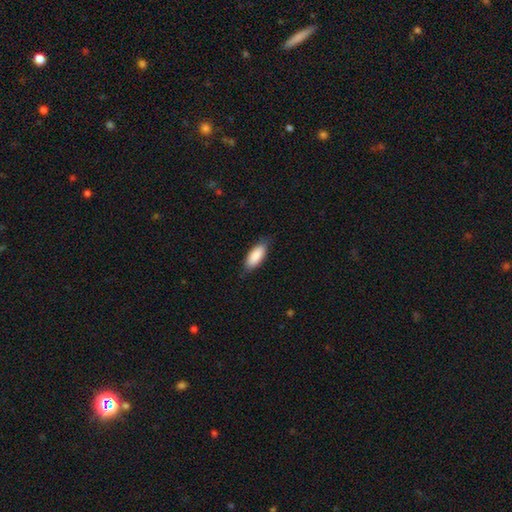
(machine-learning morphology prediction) The model was most divided on "merging": none: 79%, minor disturbance: 17%, major disturbance: 3%, merger: 1%. More confident: smooth or featured — smooth (88%); how rounded — in between (81%).